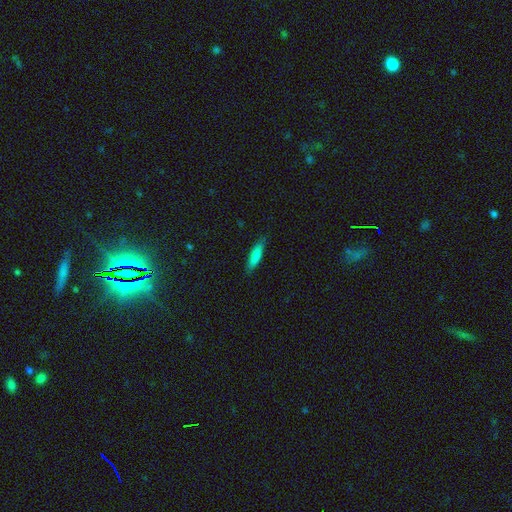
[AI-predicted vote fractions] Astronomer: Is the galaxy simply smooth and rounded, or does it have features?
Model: smooth — 80%.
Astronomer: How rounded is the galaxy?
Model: cigar-shaped — 75%.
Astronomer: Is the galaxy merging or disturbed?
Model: none — 85%.